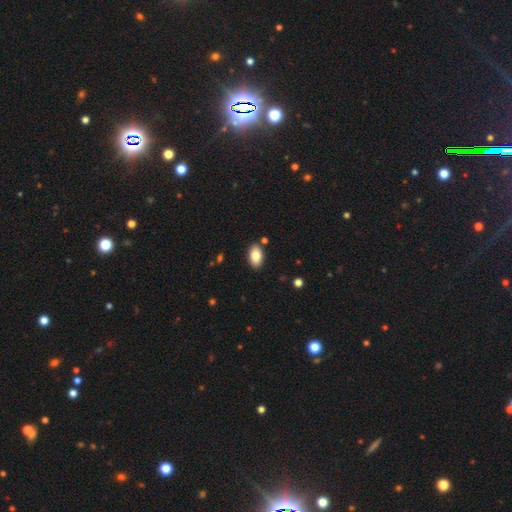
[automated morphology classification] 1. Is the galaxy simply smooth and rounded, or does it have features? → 82% smooth, 10% featured or disk, 7% star or artifact.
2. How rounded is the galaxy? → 93% in between, 5% round, 2% cigar-shaped.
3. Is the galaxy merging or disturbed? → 87% none, 9% minor disturbance, 3% merger, 2% major disturbance.